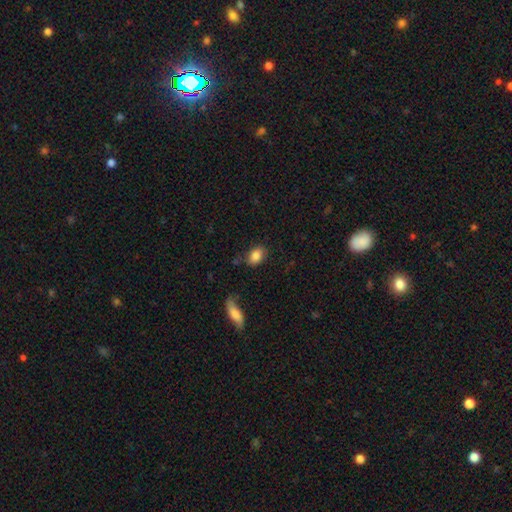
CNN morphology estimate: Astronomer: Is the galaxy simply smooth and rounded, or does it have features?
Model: smooth — 86%.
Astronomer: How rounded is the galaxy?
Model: in between — 80%.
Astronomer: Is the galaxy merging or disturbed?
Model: none — 74%.